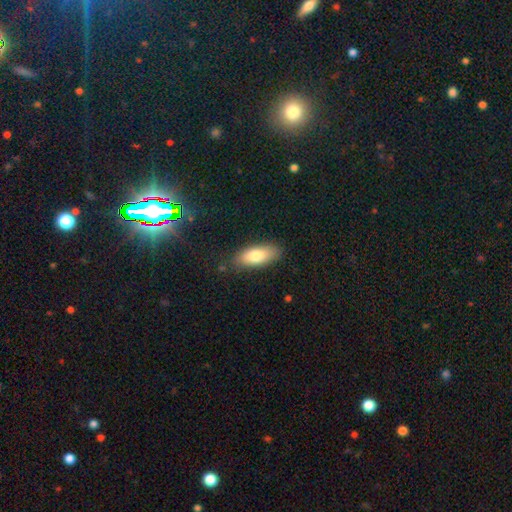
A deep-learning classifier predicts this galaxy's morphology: This appears to be a smooth galaxy with no disk features (79%) that is in between round and cigar-shaped (78%). Merging: none (82%).